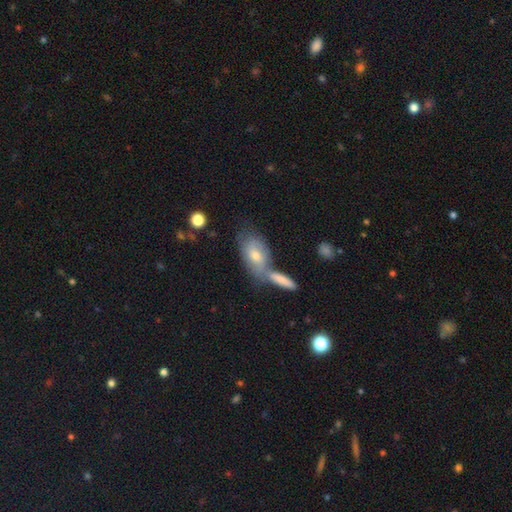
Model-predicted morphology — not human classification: A smooth galaxy with no disk features (46%).

Vote fractions:
- Smooth or featured? smooth: 46% / featured or disk: 30% / star or artifact: 24%
- Merging? none: 52% / merger: 28% / minor disturbance: 13% / major disturbance: 7%